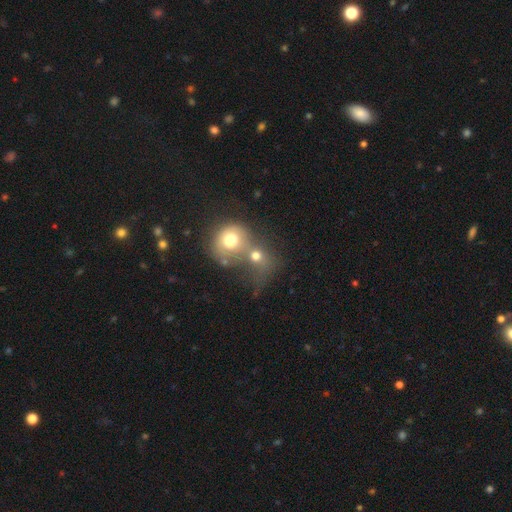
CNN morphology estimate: Smooth or featured?
  - smooth: 65% *
  - featured or disk: 22%
  - star or artifact: 12%
How rounded?
  - round: 75% *
  - in between: 23%
  - cigar-shaped: 1%
Merging?
  - merger: 70% *
  - none: 15%
  - major disturbance: 9%
  - minor disturbance: 6%